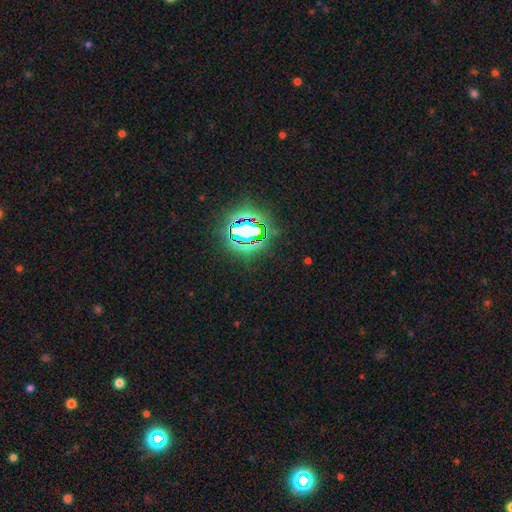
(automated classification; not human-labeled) This is clearly a star or artifact rather than a galaxy (82%).